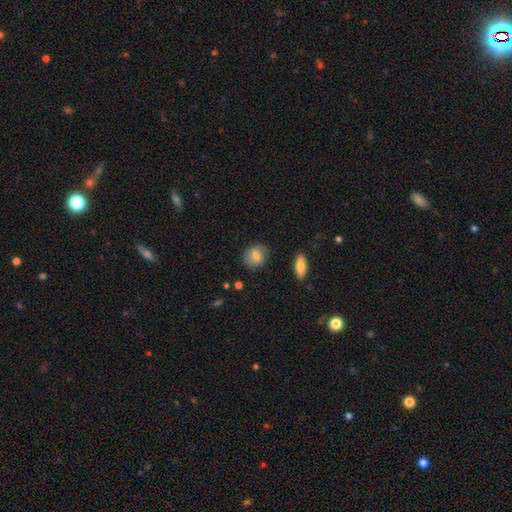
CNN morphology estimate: Smooth or featured? Predicted: smooth (p=0.76). How rounded? Predicted: round (p=0.62). Merging? Predicted: none (p=0.82).